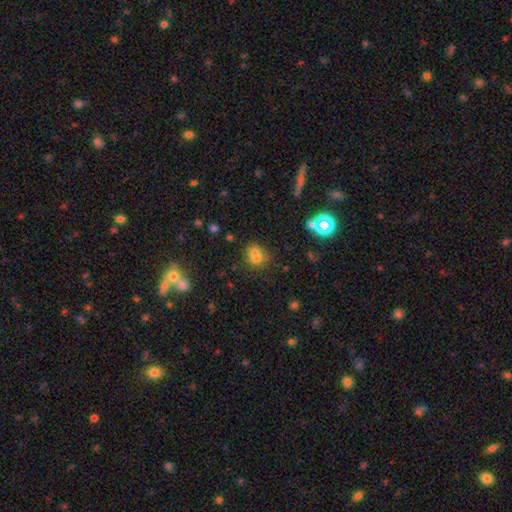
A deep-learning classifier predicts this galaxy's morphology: Smooth or featured? Predicted: smooth (p=0.66). How rounded? Predicted: round (p=0.62). Merging? Predicted: merger (p=0.50).